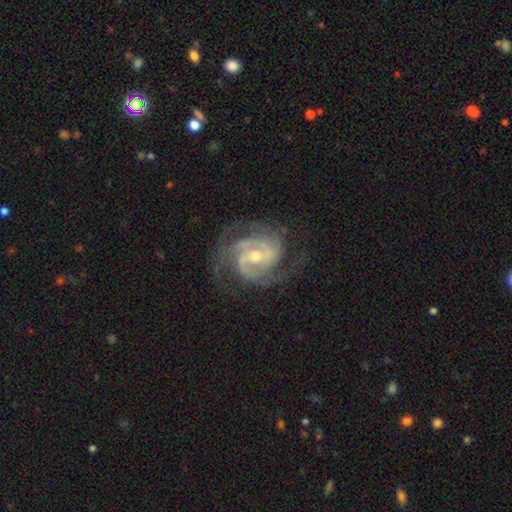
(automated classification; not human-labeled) A featured or disk galaxy (92%) with a weak bar (47%), 2 (44%) tight (50%) spiral arms (98%) and a moderate central bulge (54%). Merging: none (72%).